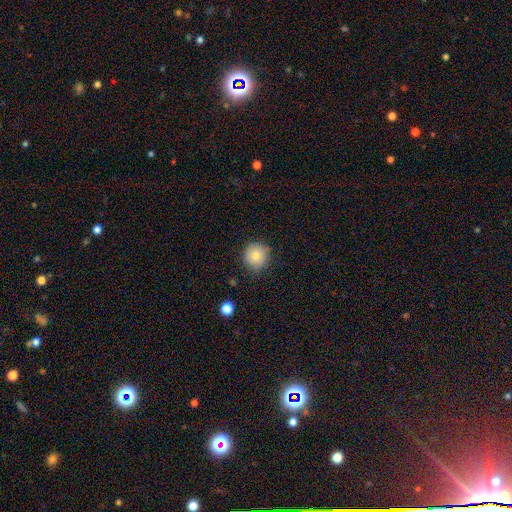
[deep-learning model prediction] A smooth galaxy with no disk features (79%) that is round (91%).

Vote fractions:
- Smooth or featured? smooth: 79% / featured or disk: 11% / star or artifact: 10%
- How rounded? round: 91% / in between: 8% / cigar-shaped: 1%
- Merging? none: 82% / minor disturbance: 14% / major disturbance: 3% / merger: 1%